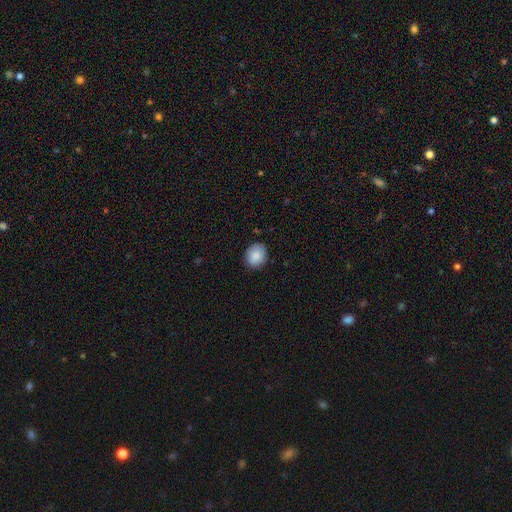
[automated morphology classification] Q: Smooth or featured?
A: smooth (87%); runner-up: star or artifact (7%)
Q: How rounded?
A: round (64%); runner-up: in between (35%)
Q: Merging?
A: none (86%); runner-up: minor disturbance (11%)